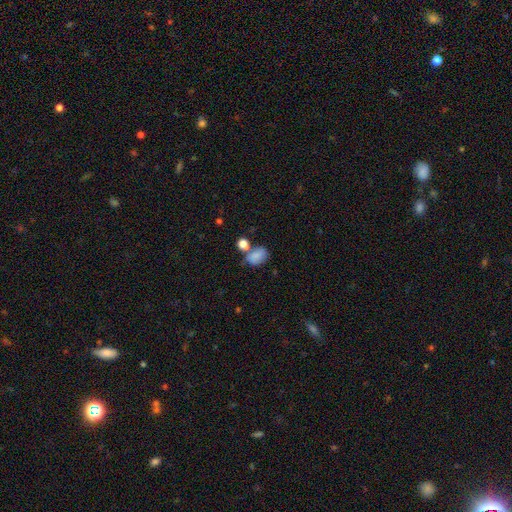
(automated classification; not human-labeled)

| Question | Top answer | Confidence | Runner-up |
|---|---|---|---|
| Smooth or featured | smooth | 79% | featured or disk (11%) |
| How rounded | in between | 73% | round (26%) |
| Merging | none | 41% | merger (32%) |